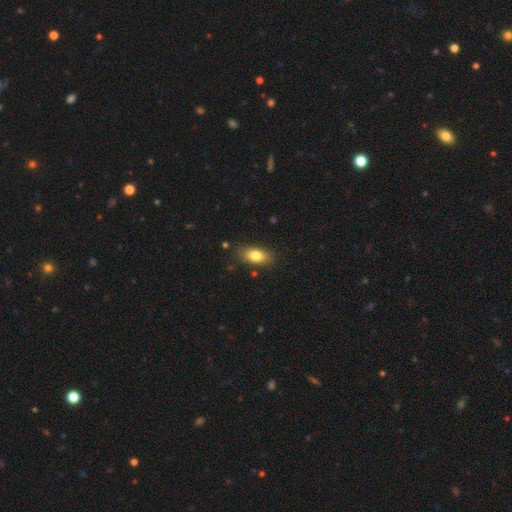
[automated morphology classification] Smooth or featured?
  - smooth: 81% *
  - featured or disk: 12%
  - star or artifact: 8%
How rounded?
  - in between: 86% *
  - cigar-shaped: 8%
  - round: 6%
Merging?
  - none: 82% *
  - minor disturbance: 14%
  - major disturbance: 3%
  - merger: 2%